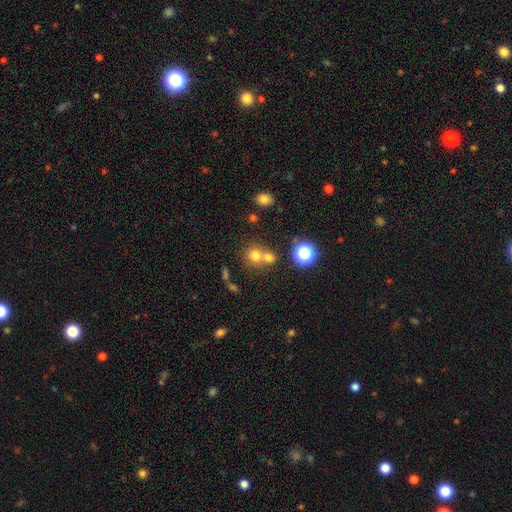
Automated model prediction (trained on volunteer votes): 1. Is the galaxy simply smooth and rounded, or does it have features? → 71% smooth, 18% star or artifact, 11% featured or disk.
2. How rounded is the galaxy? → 86% round, 13% in between, 1% cigar-shaped.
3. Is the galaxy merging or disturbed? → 47% none, 43% merger, 6% minor disturbance, 3% major disturbance.